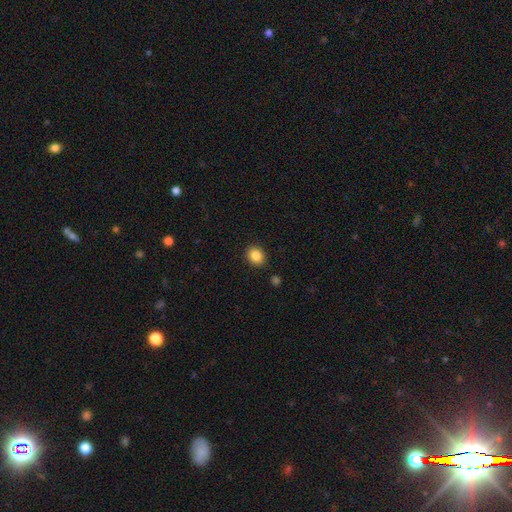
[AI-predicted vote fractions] This is clearly a smooth galaxy (86%). How rounded: possibly round (57%). Merging: clearly none (89%).